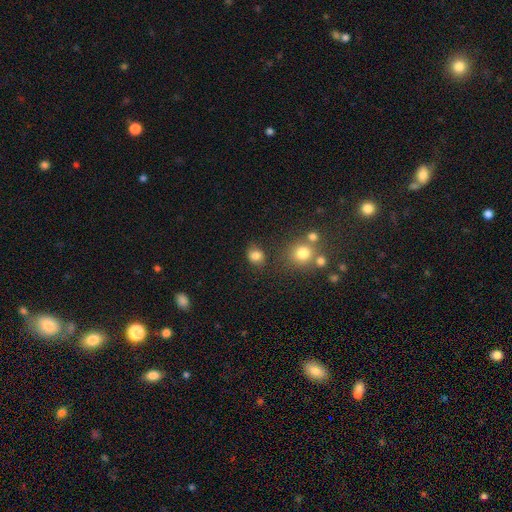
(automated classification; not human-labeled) smooth 81%, star or artifact 13%, featured or disk 6%. Down the decision tree: how rounded — round (68%); merging — none (72%).